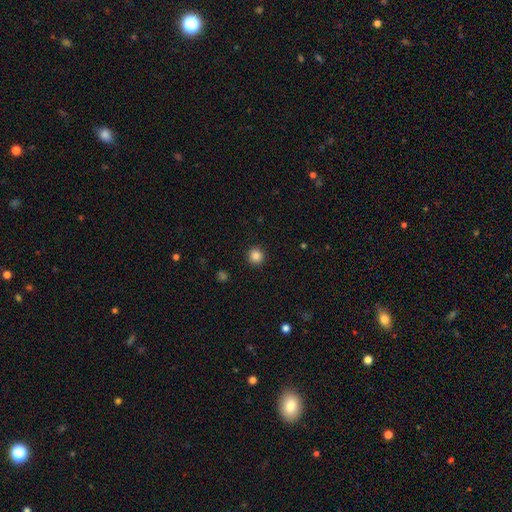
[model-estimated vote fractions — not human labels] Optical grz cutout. It shows a smooth galaxy with no disk features (86%) that is round (95%). Merging: none (93%).